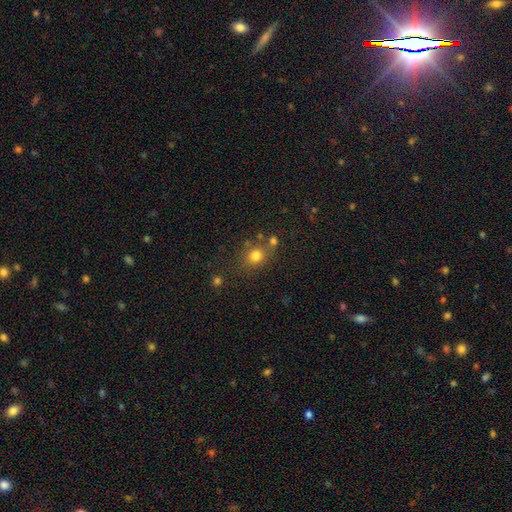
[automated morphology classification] smooth_or_featured: smooth (p=0.77) [alt: star or artifact p=0.15]
how_rounded: round (p=0.73) [alt: in between p=0.26]
merging: none (p=0.67) [alt: merger p=0.15]